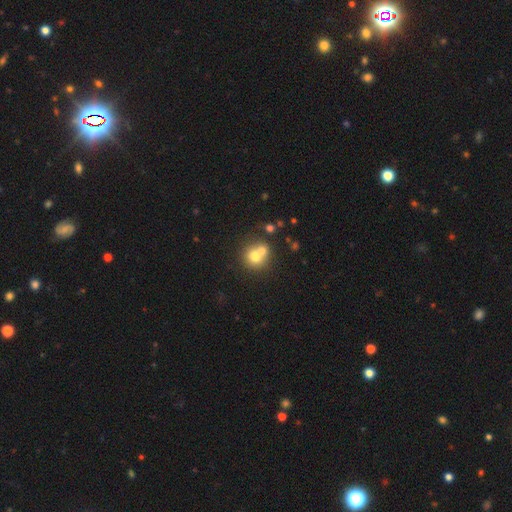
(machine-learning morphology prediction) Smooth or featured? smooth (71%)
How rounded? round (86%)
Merging? merger (46%)